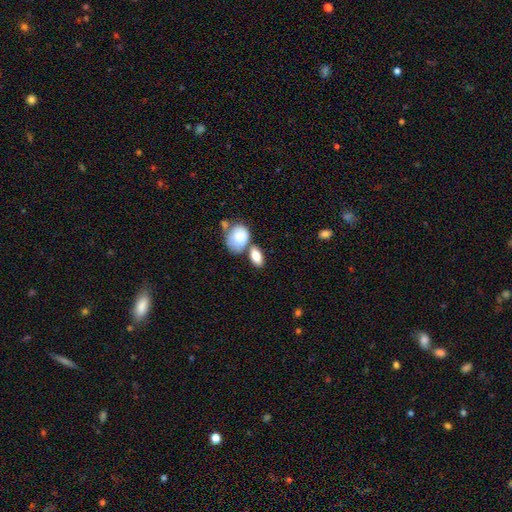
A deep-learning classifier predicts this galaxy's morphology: Overall: smooth (79%). How rounded: in between (85%). Merging: none (53%; merger 29%).